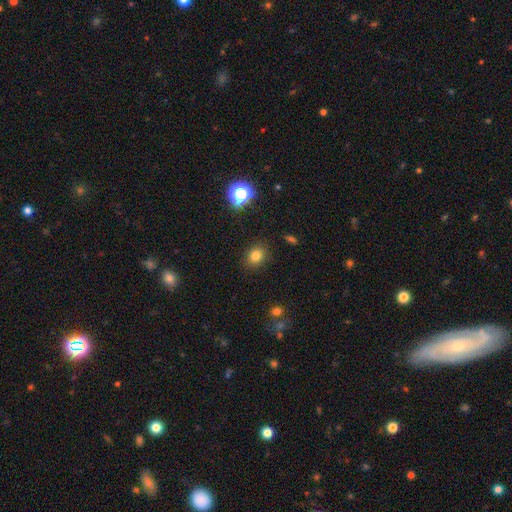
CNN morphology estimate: This is likely a smooth galaxy (80%). How rounded: likely round (62%). Merging: clearly none (87%).